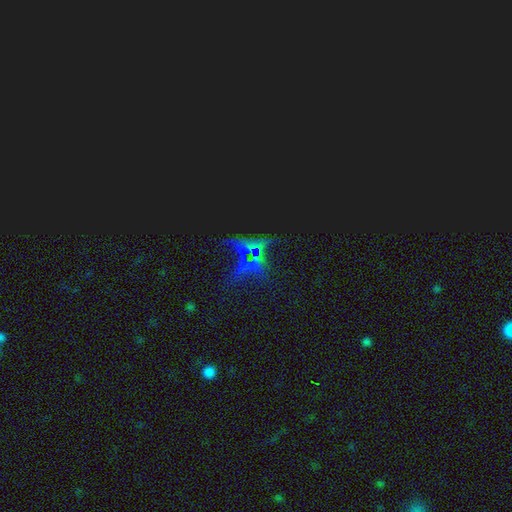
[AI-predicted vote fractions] star or artifact 63%, featured or disk 19%, smooth 18%.